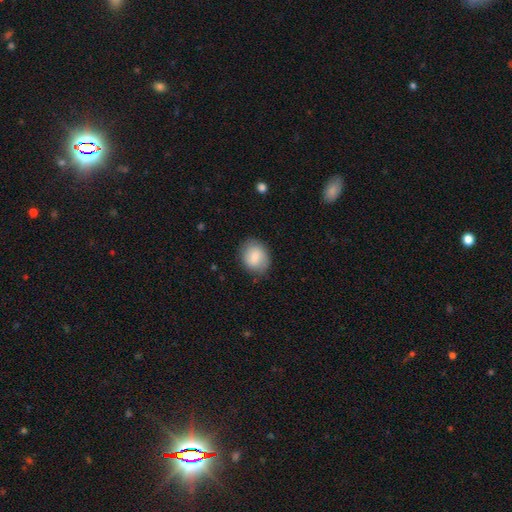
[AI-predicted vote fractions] Smooth or featured: smooth — 80% (featured or disk — 13%)
How rounded: round — 53% (in between — 46%)
Merging: none — 80% (minor disturbance — 15%)